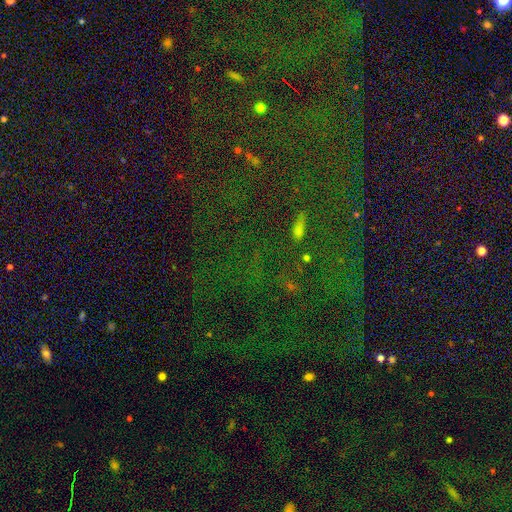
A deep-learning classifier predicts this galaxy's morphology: The model was most divided on "smooth or featured": star or artifact: 81%, smooth: 11%, featured or disk: 9%.